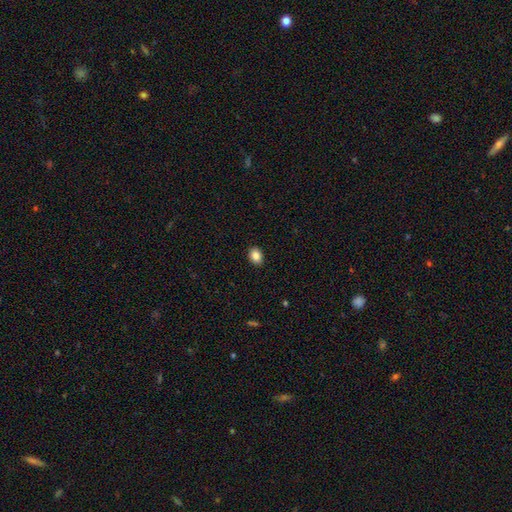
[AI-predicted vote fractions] A smooth galaxy with no disk features (86%) that is in between round and cigar-shaped (69%). Merging: none (90%).